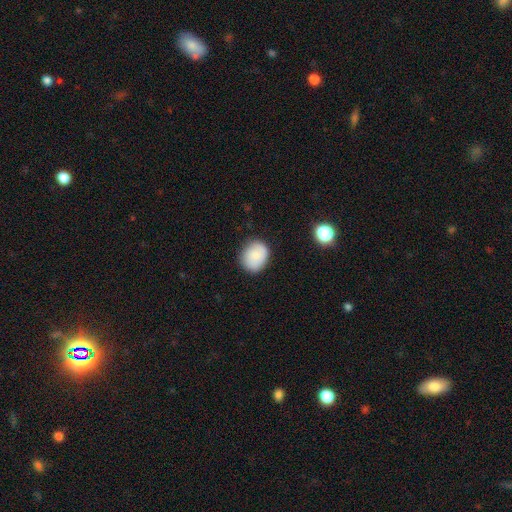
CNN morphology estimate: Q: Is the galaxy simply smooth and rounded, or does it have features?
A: smooth — 82%.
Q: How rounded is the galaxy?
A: round — 60%.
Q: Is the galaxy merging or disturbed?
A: none — 81%.